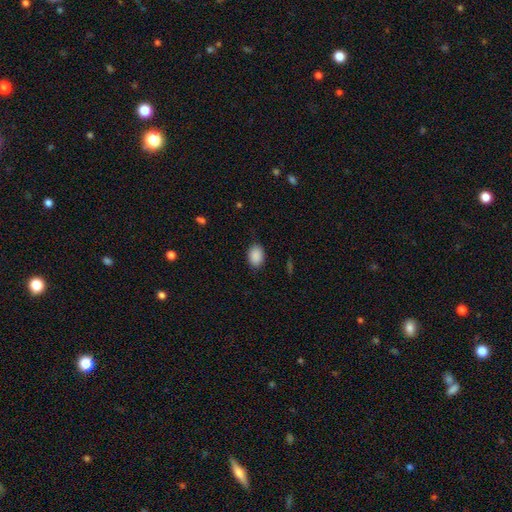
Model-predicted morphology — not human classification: Overall: smooth (89%). How rounded: in between (79%). Merging: none (86%).